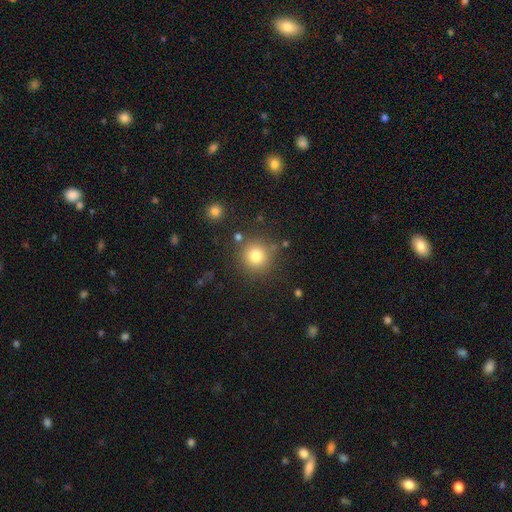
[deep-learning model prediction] Smooth or featured?
  - smooth: 79% *
  - star or artifact: 13%
  - featured or disk: 8%
How rounded?
  - round: 94% *
  - in between: 5%
  - cigar-shaped: 1%
Merging?
  - none: 83% *
  - minor disturbance: 9%
  - merger: 5%
  - major disturbance: 4%